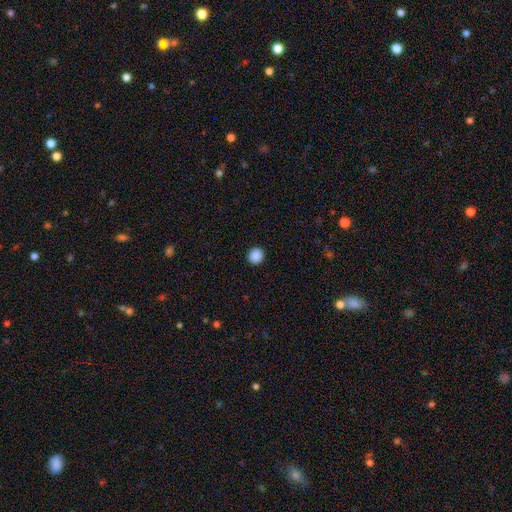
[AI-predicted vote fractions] Smooth or featured? Predicted: smooth (p=0.89). How rounded? Predicted: round (p=0.86). Merging? Predicted: none (p=0.92).